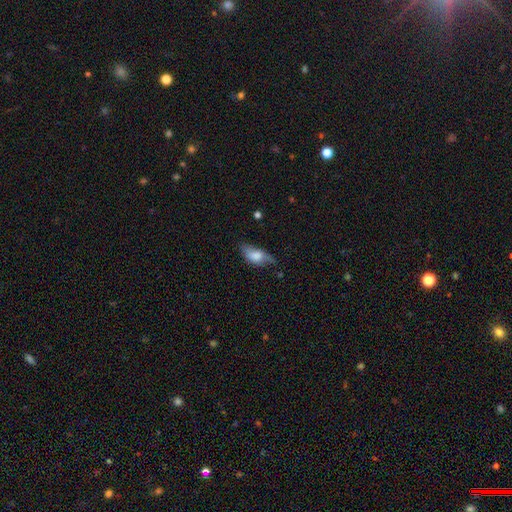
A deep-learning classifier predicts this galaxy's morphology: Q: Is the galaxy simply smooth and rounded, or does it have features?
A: smooth — 67%.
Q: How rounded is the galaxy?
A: in between — 85%.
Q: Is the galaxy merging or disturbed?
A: none — 43%.